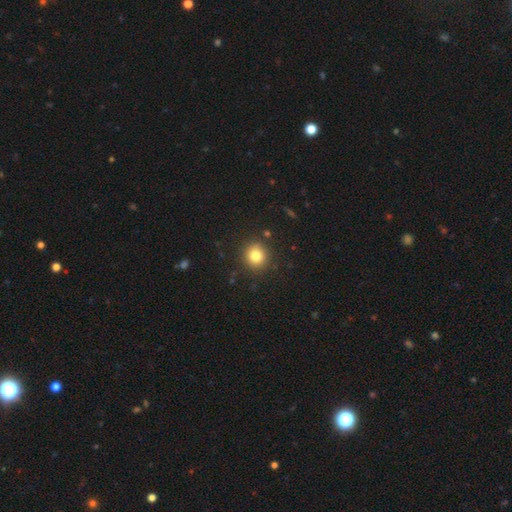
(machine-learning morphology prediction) smooth-or-featured: smooth: 81% | star or artifact: 12% | featured or disk: 7%
  how-rounded: round: 90% | in between: 9% | cigar-shaped: 1%
  merging: none: 89% | minor disturbance: 7% | major disturbance: 2% | merger: 2%